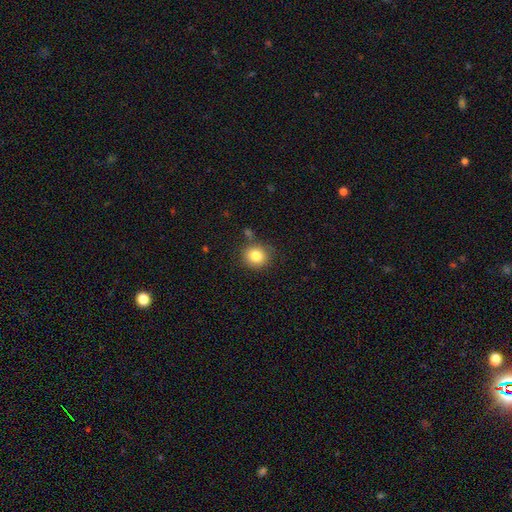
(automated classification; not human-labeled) A smooth galaxy with no disk features (83%) that is round (82%).

Vote fractions:
- Smooth or featured? smooth: 83% / star or artifact: 10% / featured or disk: 7%
- How rounded? round: 82% / in between: 17% / cigar-shaped: 1%
- Merging? none: 80% / minor disturbance: 12% / merger: 5% / major disturbance: 3%